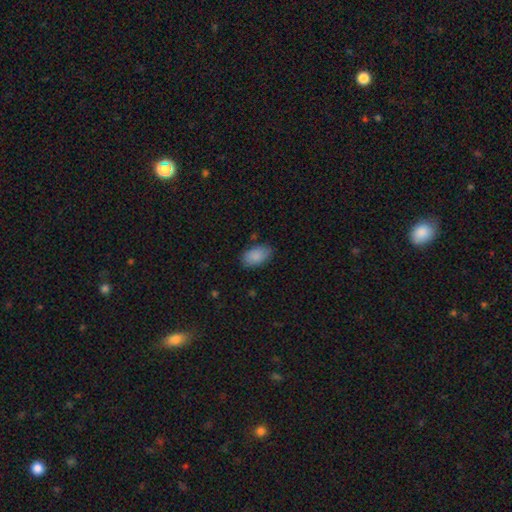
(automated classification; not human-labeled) Overall: smooth (89%). How rounded: in between (94%). Merging: none (83%).